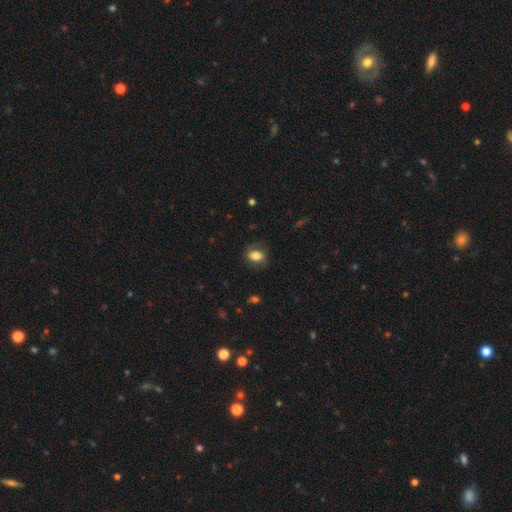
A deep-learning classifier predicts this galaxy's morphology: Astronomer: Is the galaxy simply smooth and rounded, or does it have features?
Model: smooth — 74%.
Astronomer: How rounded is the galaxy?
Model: in between — 70%.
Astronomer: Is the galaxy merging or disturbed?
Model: none — 74%.